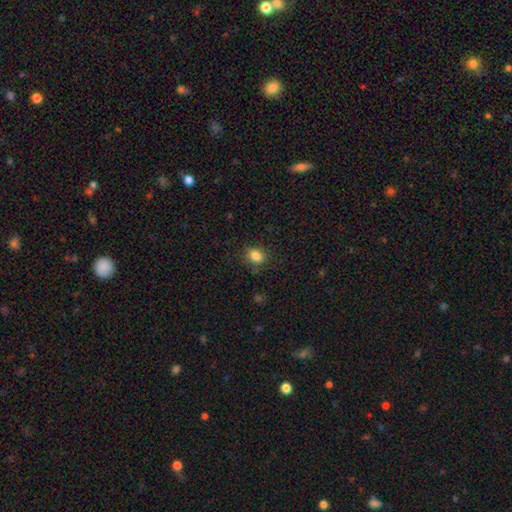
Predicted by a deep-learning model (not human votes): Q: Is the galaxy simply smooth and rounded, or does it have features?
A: smooth — 84%.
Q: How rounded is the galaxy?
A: round — 52%.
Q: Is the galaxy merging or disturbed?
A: none — 83%.